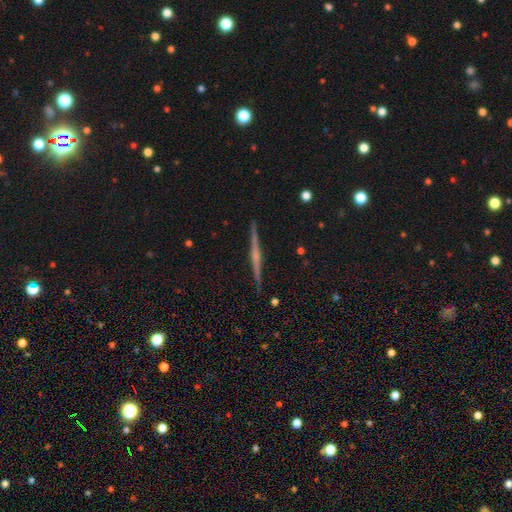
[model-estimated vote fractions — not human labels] A featured or disk galaxy (79%) viewed edge-on (98%) with a rounded central bulge (62%).

Vote fractions:
- Smooth or featured? featured or disk: 79% / smooth: 14% / star or artifact: 6%
- Edge-on disk? yes: 98% / no: 2%
- Edge-on bulge? rounded: 62% / none: 25% / boxy: 14%
- Merging? none: 92% / minor disturbance: 5% / major disturbance: 1% / merger: 1%